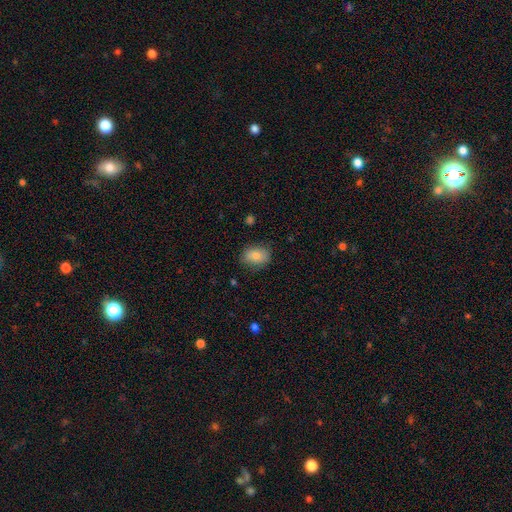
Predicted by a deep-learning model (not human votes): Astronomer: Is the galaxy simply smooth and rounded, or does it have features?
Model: smooth — 80%.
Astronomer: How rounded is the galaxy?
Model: in between — 72%.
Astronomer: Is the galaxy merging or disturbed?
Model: none — 81%.